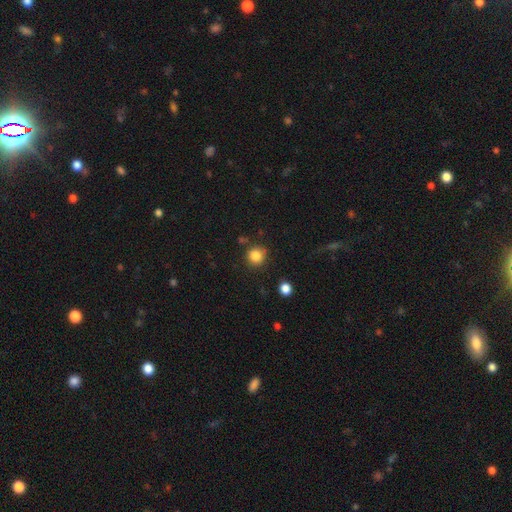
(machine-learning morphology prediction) smooth 85%, star or artifact 11%, featured or disk 4%. Down the decision tree: how rounded — round (92%); merging — none (84%).